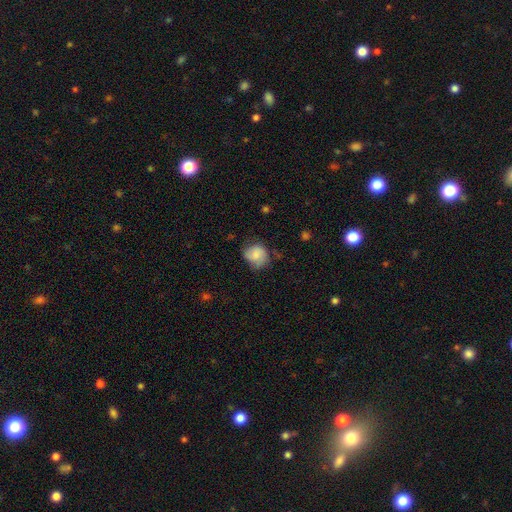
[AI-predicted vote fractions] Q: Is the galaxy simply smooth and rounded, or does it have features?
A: smooth — 76%.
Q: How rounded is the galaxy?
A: round — 71%.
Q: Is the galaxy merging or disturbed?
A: none — 56%.